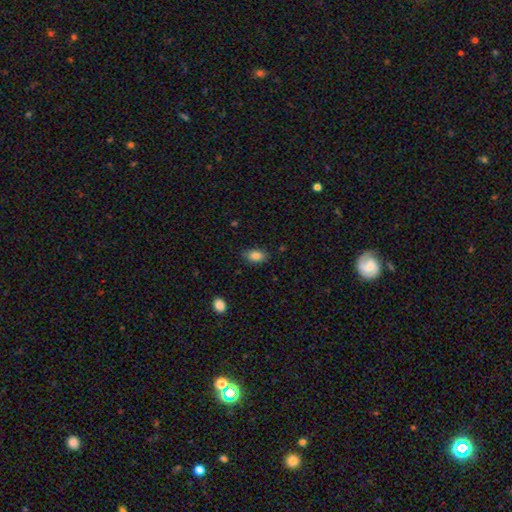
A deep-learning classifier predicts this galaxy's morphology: Overall: smooth (85%). How rounded: in between (89%). Merging: none (83%).